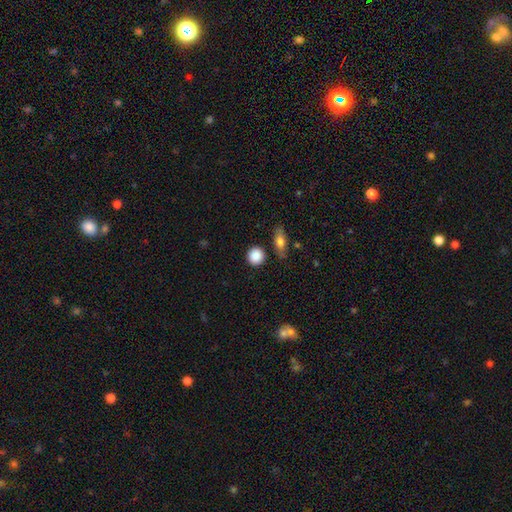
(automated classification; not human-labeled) Smooth or featured? Predicted: smooth (p=0.87). How rounded? Predicted: round (p=0.89). Merging? Predicted: none (p=0.84).